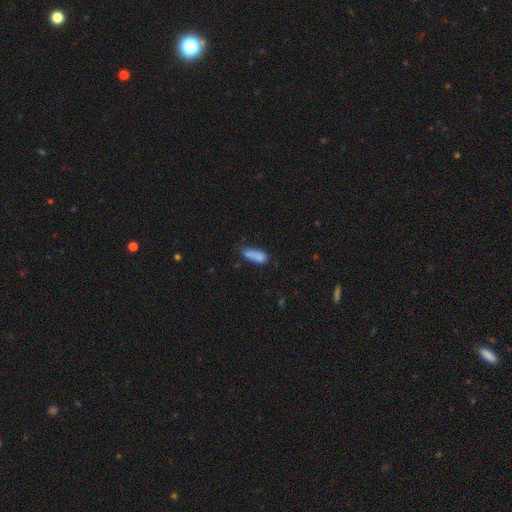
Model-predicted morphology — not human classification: smooth 79%, featured or disk 12%, star or artifact 9%. Down the decision tree: how rounded — in between (62%); merging — none (44%).